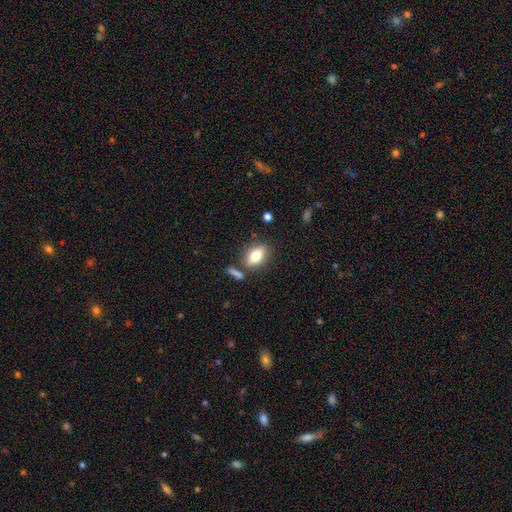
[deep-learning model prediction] A smooth galaxy with no disk features (76%) that is in between round and cigar-shaped (83%).

Vote fractions:
- Smooth or featured? smooth: 76% / featured or disk: 16% / star or artifact: 8%
- How rounded? in between: 83% / round: 11% / cigar-shaped: 6%
- Merging? none: 72% / minor disturbance: 13% / merger: 11% / major disturbance: 4%